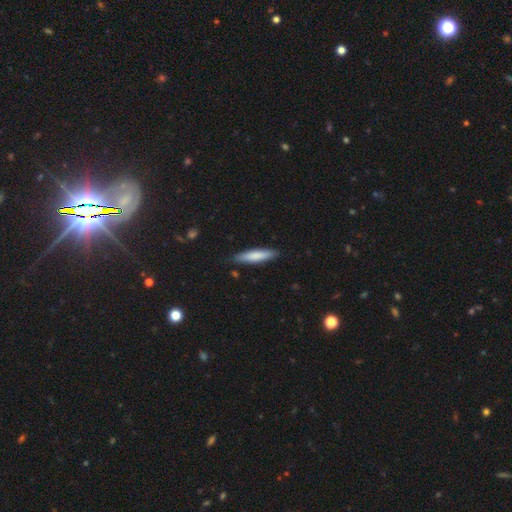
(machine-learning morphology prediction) The model was most divided on "smooth or featured": smooth: 76%, featured or disk: 18%, star or artifact: 5%. More confident: merging — none (87%); how rounded — cigar-shaped (84%).